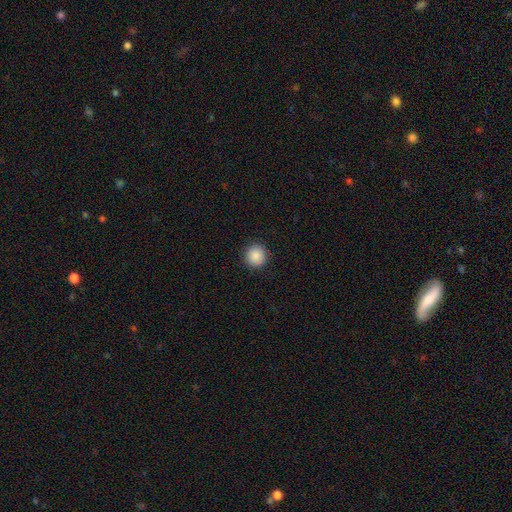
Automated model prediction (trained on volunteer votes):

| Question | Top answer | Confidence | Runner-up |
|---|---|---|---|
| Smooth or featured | smooth | 89% | star or artifact (8%) |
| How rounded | round | 94% | in between (5%) |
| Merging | none | 92% | minor disturbance (5%) |